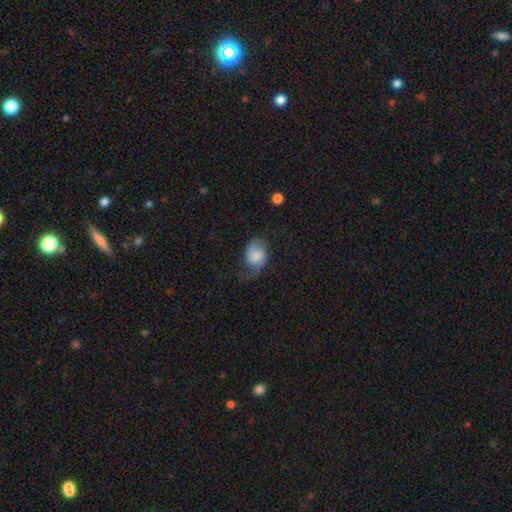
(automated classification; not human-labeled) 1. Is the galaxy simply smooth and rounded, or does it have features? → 60% smooth, 31% featured or disk, 8% star or artifact.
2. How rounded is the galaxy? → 64% in between, 35% round, 1% cigar-shaped.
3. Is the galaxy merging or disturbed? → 40% none, 31% minor disturbance, 27% major disturbance, 2% merger.